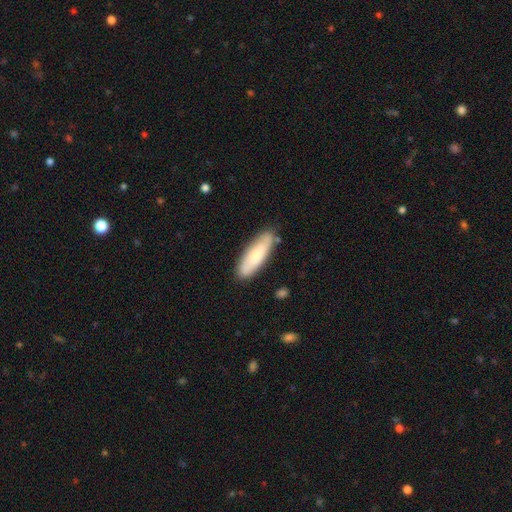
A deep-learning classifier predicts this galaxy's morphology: smooth 69%, featured or disk 25%, star or artifact 6%. Down the decision tree: how rounded — in between (49%, tied with cigar-shaped); merging — none (82%).